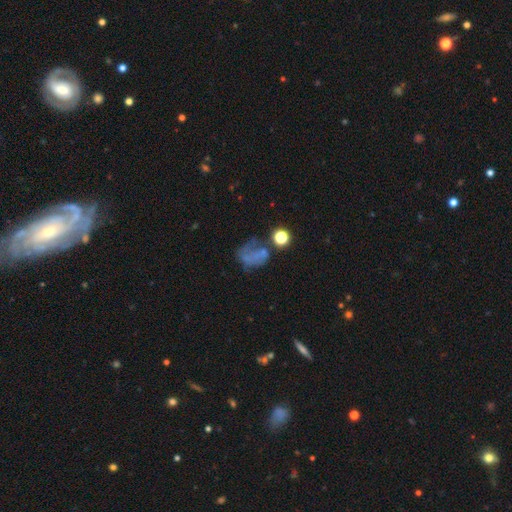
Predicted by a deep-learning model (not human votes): smooth-or-featured: smooth: 44% | featured or disk: 32% | star or artifact: 24%
  merging: major disturbance: 37% | none: 32% | minor disturbance: 20% | merger: 11%